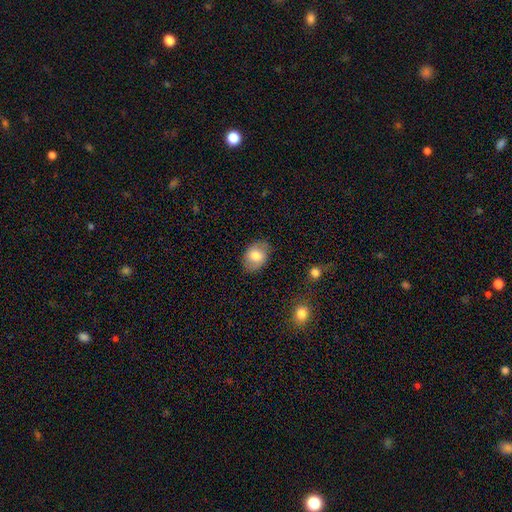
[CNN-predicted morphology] smooth_or_featured: smooth (p=0.72) [alt: featured or disk p=0.20]
how_rounded: in between (p=0.77) [alt: round p=0.22]
merging: none (p=0.81) [alt: minor disturbance p=0.14]